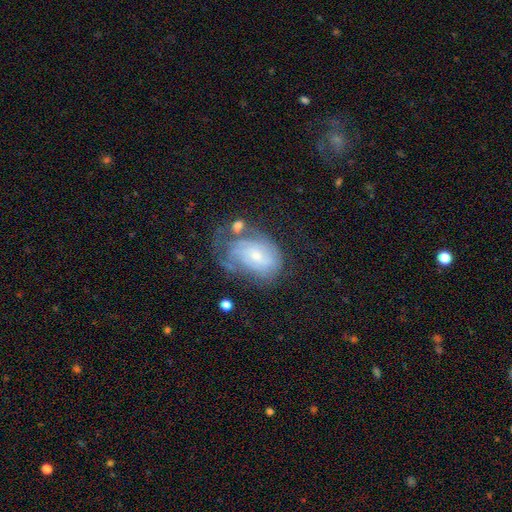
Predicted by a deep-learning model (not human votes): A featured or disk galaxy (63%) with no bar (67%), spiral arms (77%) and a small central bulge (63%).

Vote fractions:
- Smooth or featured? featured or disk: 63% / smooth: 28% / star or artifact: 9%
- Edge-on disk? no: 96% / yes: 4%
- Bar? no: 67% / weak: 28% / strong: 5%
- Spiral arms? yes: 77% / no: 23%
- Bulge size? small: 63% / moderate: 30% / none: 3% / large: 2% / dominant: 1%
- Merging? none: 34% / major disturbance: 28% / minor disturbance: 26% / merger: 11%